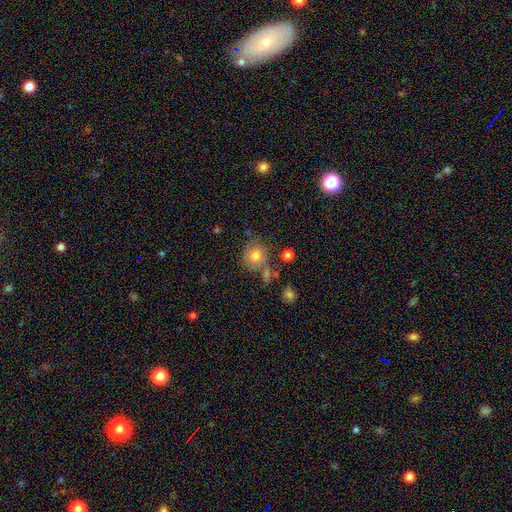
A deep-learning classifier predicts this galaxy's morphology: The model was most divided on "merging": none: 58%, minor disturbance: 19%, merger: 13%, major disturbance: 9%. More confident: how rounded — round (83%); smooth or featured — smooth (68%).